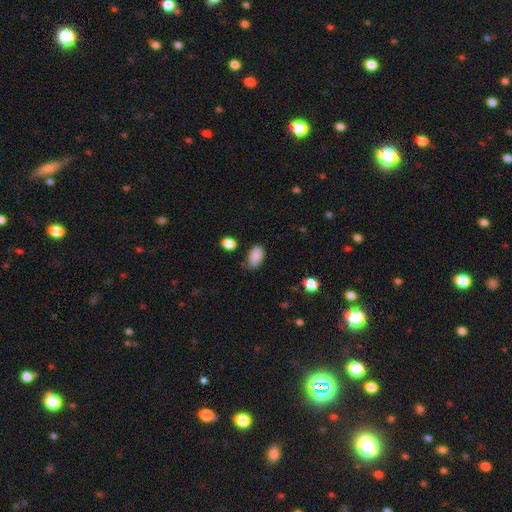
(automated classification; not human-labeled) Morphology: type=smooth (88%); roundness=in between (92%); merging=none (75%).